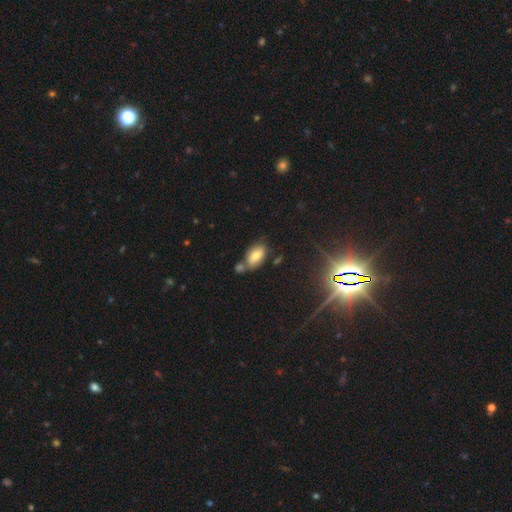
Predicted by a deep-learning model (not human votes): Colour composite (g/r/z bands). It shows a smooth galaxy with no disk features (71%) that is in between round and cigar-shaped (91%). Merging: none (51%).